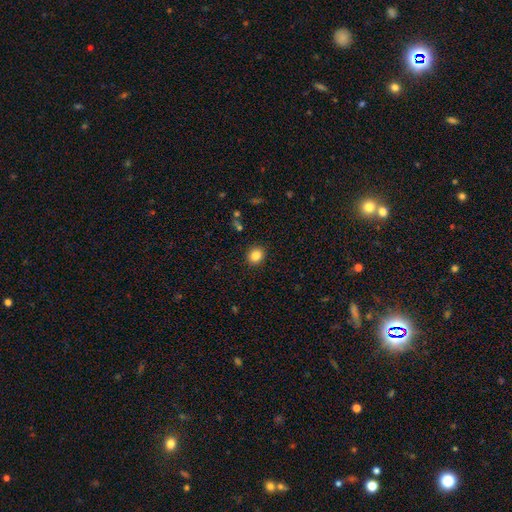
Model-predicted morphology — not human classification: A smooth galaxy with no disk features (84%) that is round (78%). Merging: none (90%).